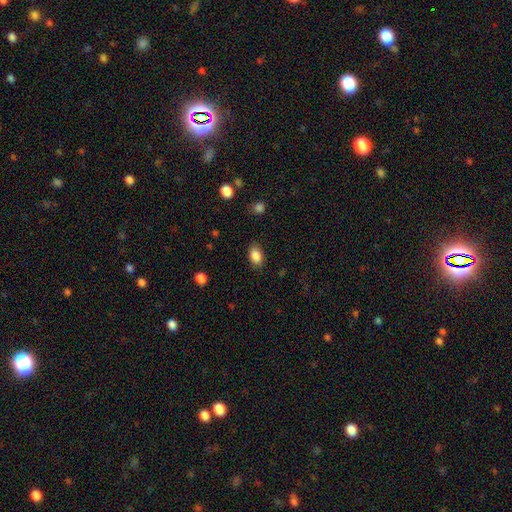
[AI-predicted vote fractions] This appears to be a smooth galaxy with no disk features (87%) that is in between round and cigar-shaped (85%). Merging: none (85%).